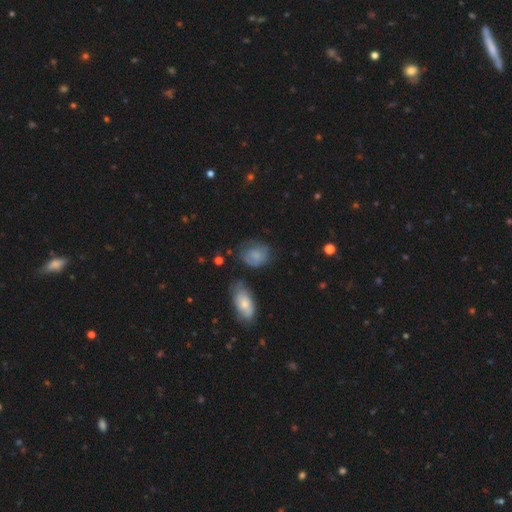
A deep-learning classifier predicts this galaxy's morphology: A smooth galaxy with no disk features (65%) that is in between round and cigar-shaped (50%).

Vote fractions:
- Smooth or featured? smooth: 65% / featured or disk: 25% / star or artifact: 10%
- How rounded? in between: 50% / round: 48% / cigar-shaped: 1%
- Merging? none: 54% / minor disturbance: 27% / major disturbance: 14% / merger: 6%